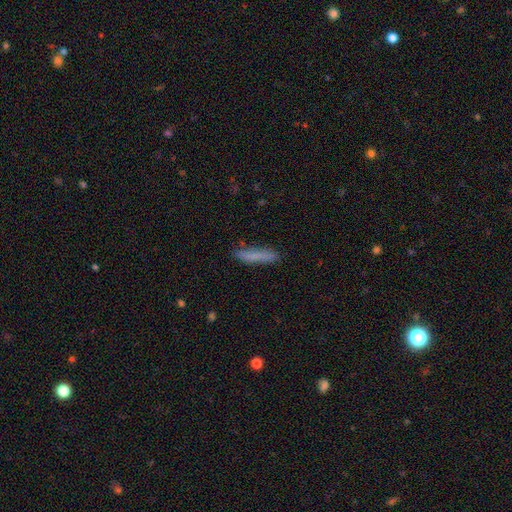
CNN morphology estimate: Overall: smooth (78%). How rounded: cigar-shaped (90%). Merging: none (84%).